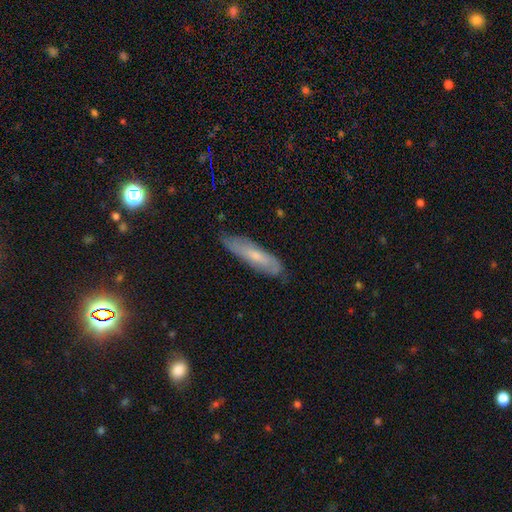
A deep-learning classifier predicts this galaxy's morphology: Smooth or featured? smooth (47%)
Merging? none (76%)